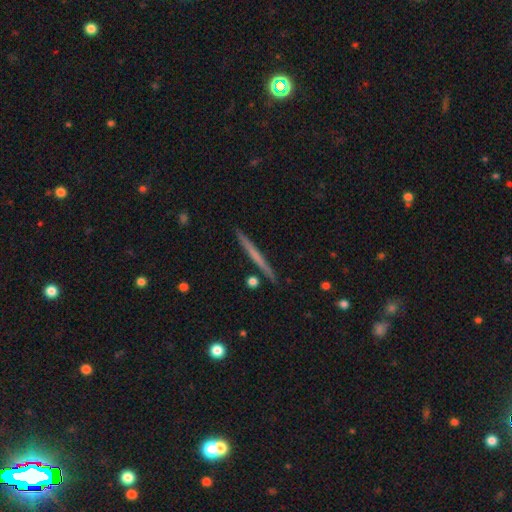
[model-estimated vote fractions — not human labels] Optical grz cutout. It shows a smooth galaxy with no disk features (48%). Merging: none (91%).